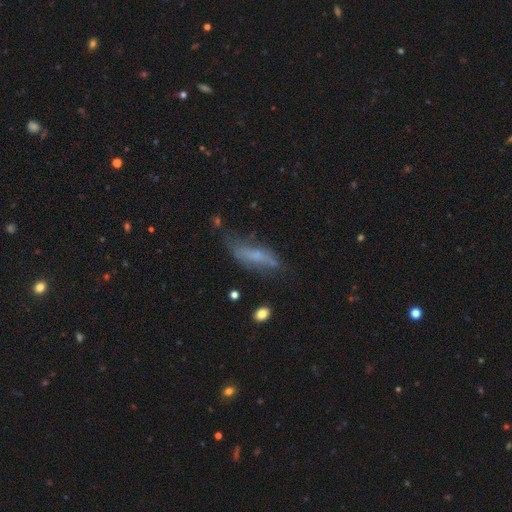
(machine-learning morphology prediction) Overall: smooth (49%; featured or disk 40%). Merging: none (47%; minor disturbance 31%).